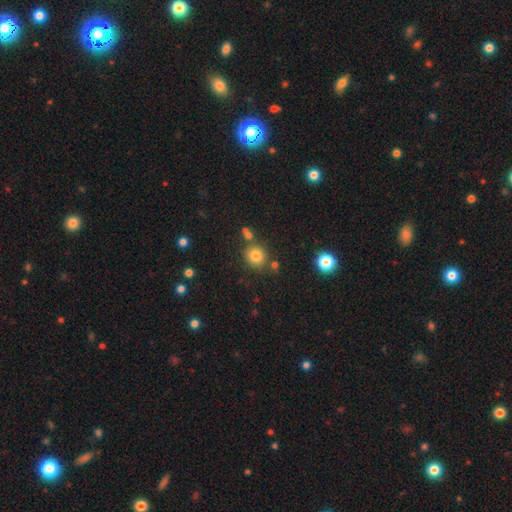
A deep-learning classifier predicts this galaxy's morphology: Smooth or featured? Predicted: smooth (p=0.80). How rounded? Predicted: round (p=0.88). Merging? Predicted: none (p=0.78).